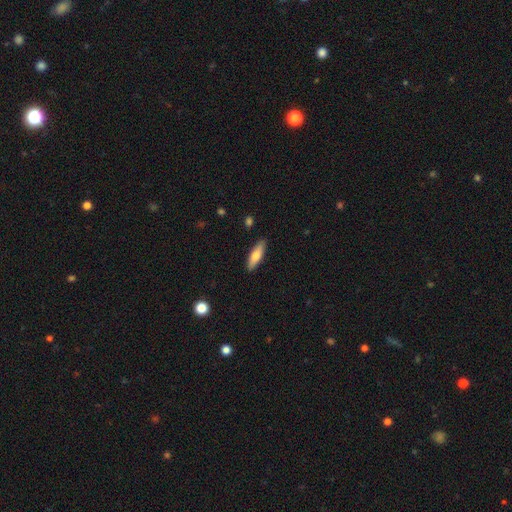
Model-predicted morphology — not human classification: smooth_or_featured: smooth (p=0.70) [alt: featured or disk p=0.24]
how_rounded: cigar-shaped (p=0.55) [alt: in between p=0.43]
merging: none (p=0.88) [alt: minor disturbance p=0.09]